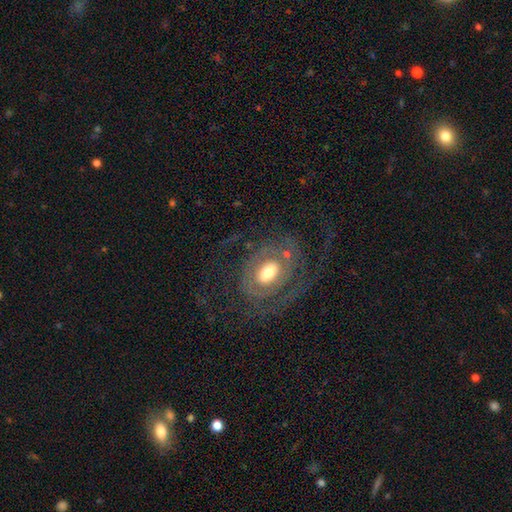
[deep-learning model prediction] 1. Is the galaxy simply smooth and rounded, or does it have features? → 77% featured or disk, 15% smooth, 8% star or artifact.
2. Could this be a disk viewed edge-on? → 96% no, 4% yes.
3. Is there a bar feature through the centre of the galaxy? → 53% no, 33% weak, 14% strong.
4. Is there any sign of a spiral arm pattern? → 76% yes, 24% no.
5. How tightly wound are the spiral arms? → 46% tight, 37% medium, 17% loose.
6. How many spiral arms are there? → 51% 2, 25% can't tell, 9% 3, 7% 1, 5% 4, 4% more than 4.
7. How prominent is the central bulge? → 66% moderate, 18% large, 13% small, 2% dominant, 1% none.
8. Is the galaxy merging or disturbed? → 71% none, 14% major disturbance, 13% minor disturbance, 2% merger.